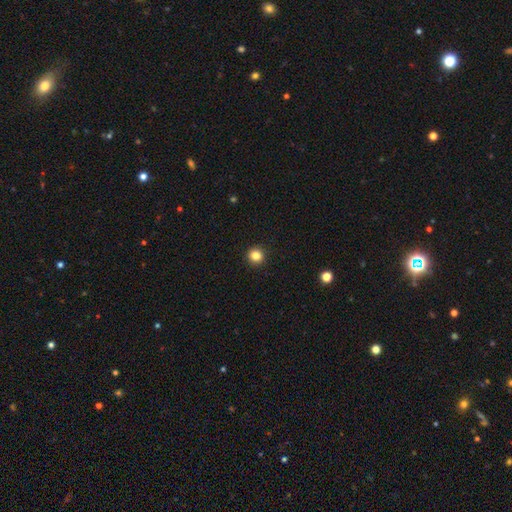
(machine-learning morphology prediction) smooth_or_featured: smooth (p=0.84) [alt: star or artifact p=0.11]
how_rounded: round (p=0.94) [alt: in between p=0.05]
merging: none (p=0.93) [alt: minor disturbance p=0.04]